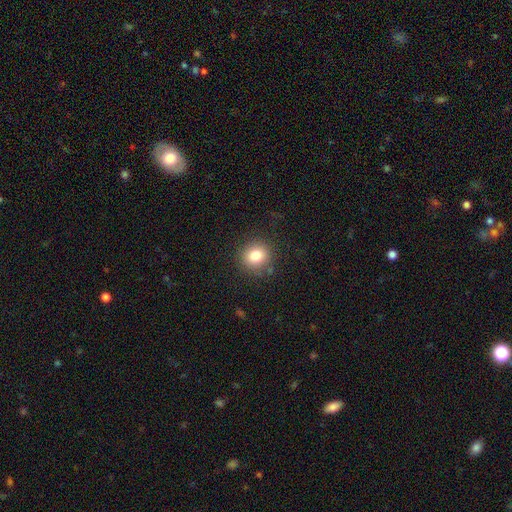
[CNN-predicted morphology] smooth 81%, star or artifact 11%, featured or disk 8%. Down the decision tree: how rounded — round (84%); merging — none (85%).